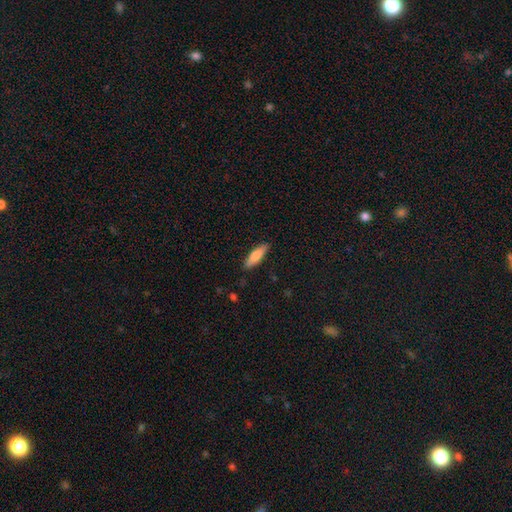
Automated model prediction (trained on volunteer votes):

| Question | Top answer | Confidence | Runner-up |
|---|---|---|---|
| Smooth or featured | smooth | 72% | featured or disk (22%) |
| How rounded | cigar-shaped | 59% | in between (39%) |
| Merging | none | 87% | minor disturbance (10%) |